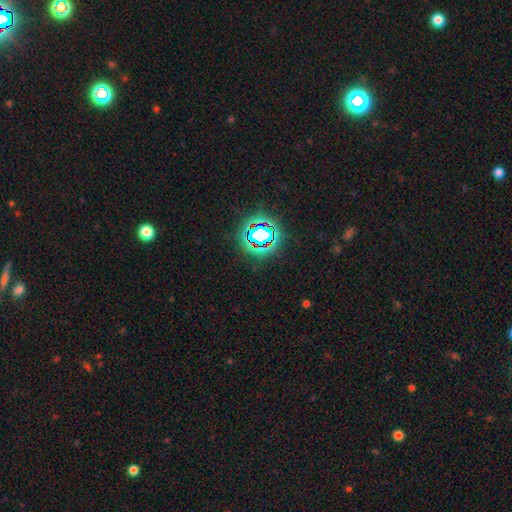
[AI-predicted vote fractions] This appears to be a star or artifact, not a galaxy (81%).